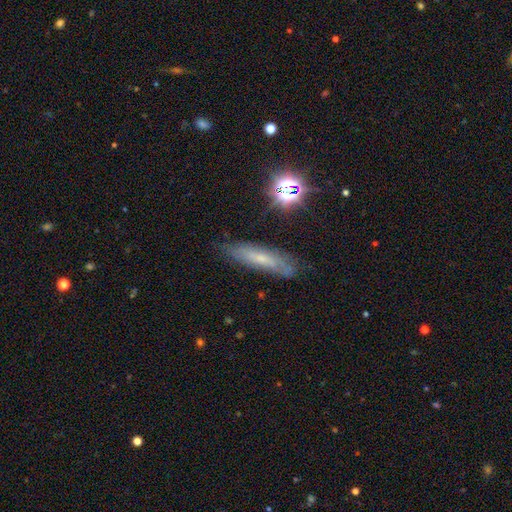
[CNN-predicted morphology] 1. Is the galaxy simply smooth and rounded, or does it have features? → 41% featured or disk, 38% smooth, 21% star or artifact.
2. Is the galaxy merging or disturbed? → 81% none, 14% minor disturbance, 3% major disturbance, 2% merger.